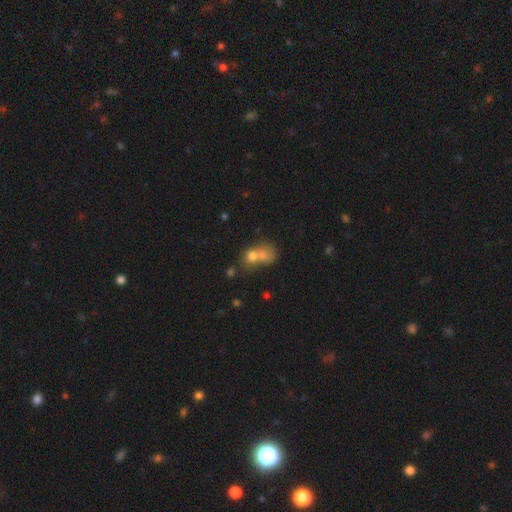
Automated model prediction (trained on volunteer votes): Morphology: type=smooth (71%); roundness=round (57%); merging=merger (68%).